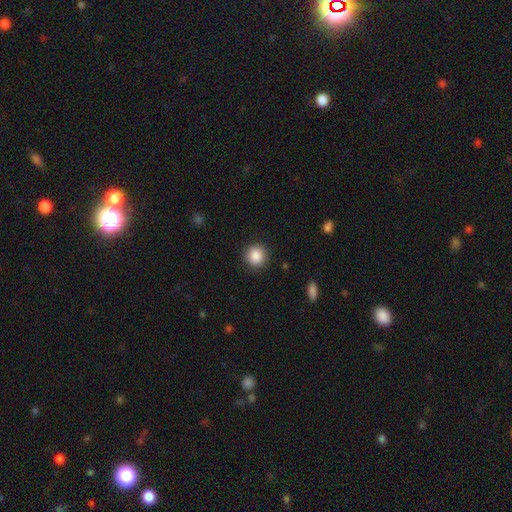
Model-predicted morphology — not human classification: Smooth or featured? Predicted: smooth (p=0.88). How rounded? Predicted: round (p=0.92). Merging? Predicted: none (p=0.90).